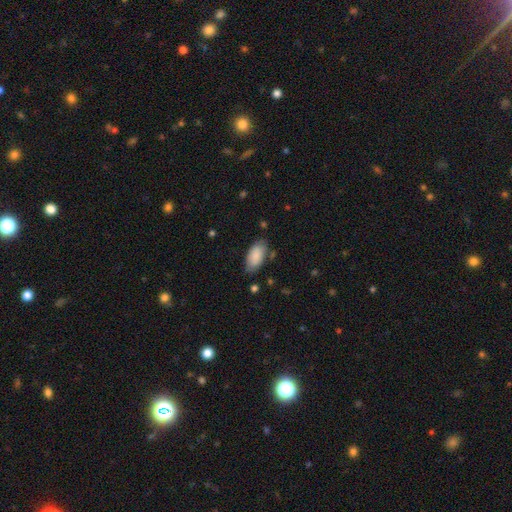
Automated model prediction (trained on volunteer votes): A smooth galaxy with no disk features (87%) that is in between round and cigar-shaped (93%). Merging: none (73%).